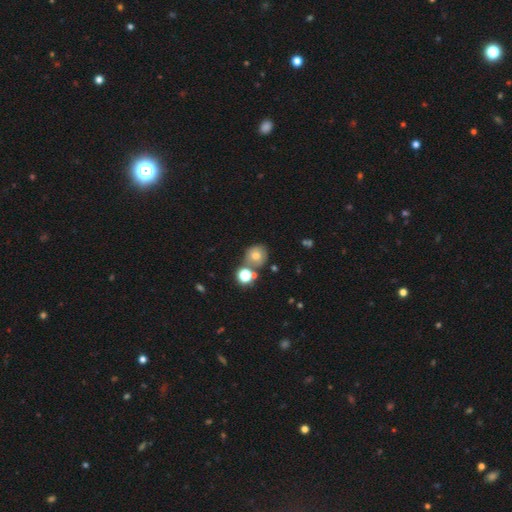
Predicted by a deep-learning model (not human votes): A smooth galaxy with no disk features (67%) that is round (83%). Merging: none (59%).